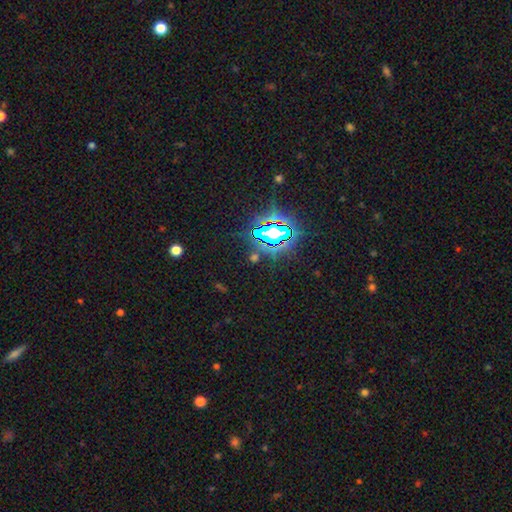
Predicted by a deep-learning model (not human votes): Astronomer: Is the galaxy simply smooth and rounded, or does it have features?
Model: star or artifact — 77%.